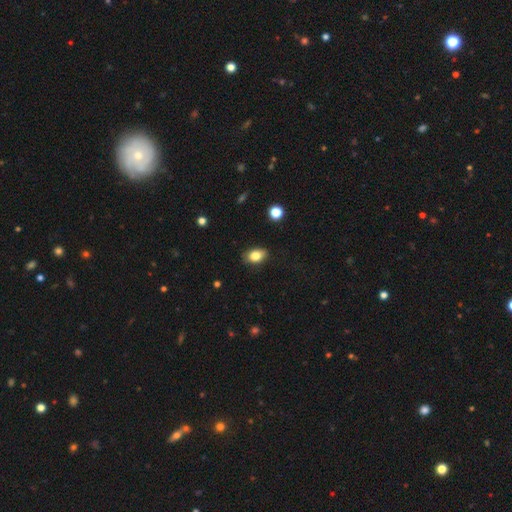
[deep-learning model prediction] The model was most divided on "how rounded": in between: 83%, round: 16%, cigar-shaped: 2%. More confident: merging — none (83%); smooth or featured — smooth (82%).